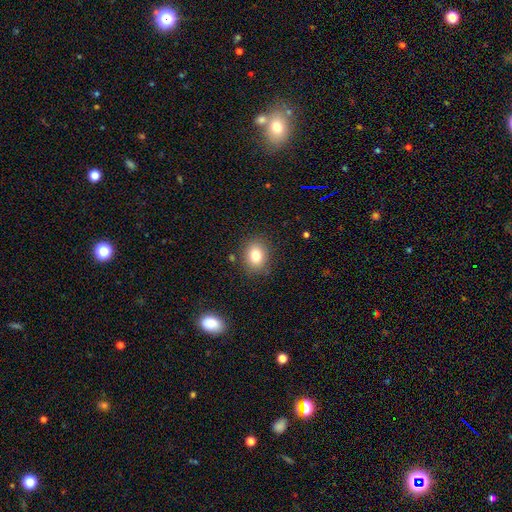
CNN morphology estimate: Overall: smooth (81%). How rounded: in between (50%; round 49%). Merging: none (84%).